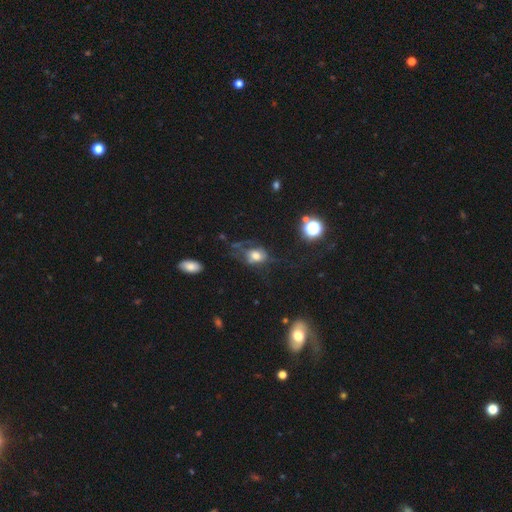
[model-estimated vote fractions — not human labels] Smooth or featured? smooth (53%)
How rounded? in between (59%)
Merging? major disturbance (43%)